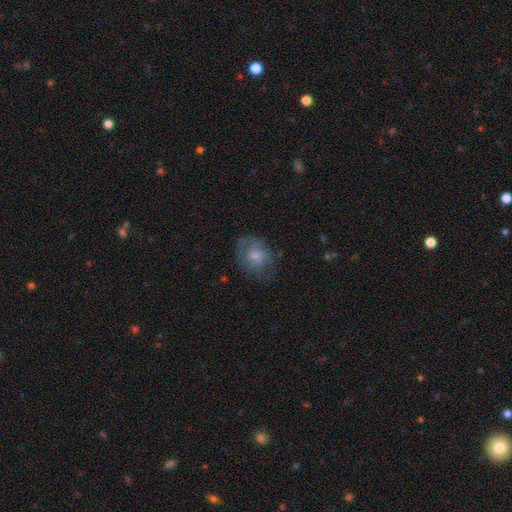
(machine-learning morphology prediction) This appears to be a smooth galaxy with no disk features (57%) that is in between round and cigar-shaped (55%). Merging: none (57%).